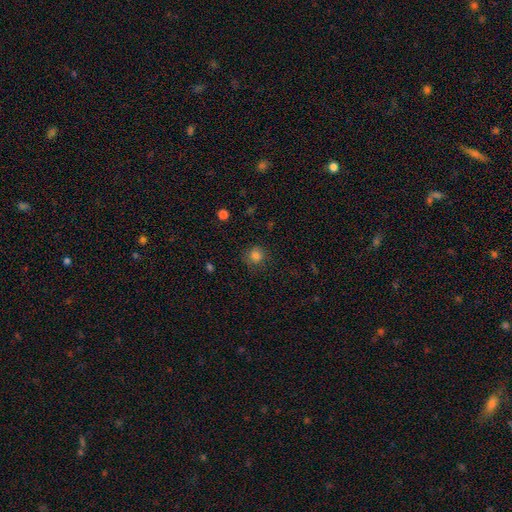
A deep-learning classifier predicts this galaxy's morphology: The model was most divided on "merging": none: 80%, minor disturbance: 13%, major disturbance: 5%, merger: 1%. More confident: how rounded — round (90%); smooth or featured — smooth (82%).